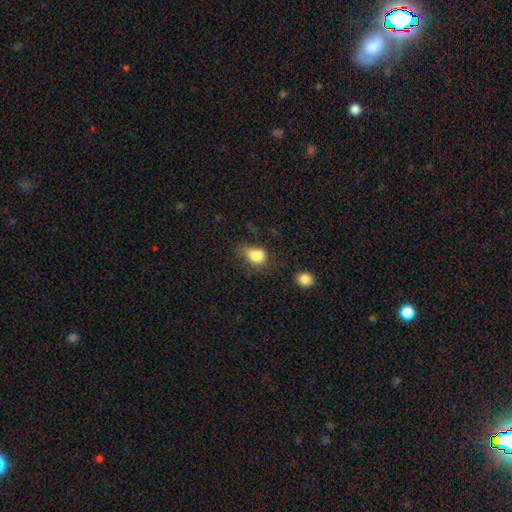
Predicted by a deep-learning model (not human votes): A smooth galaxy with no disk features (81%) that is in between round and cigar-shaped (66%). Merging: none (44%).